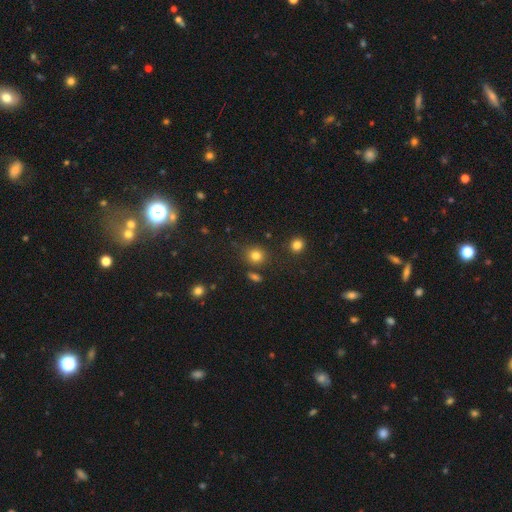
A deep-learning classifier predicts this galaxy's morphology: This appears to be a smooth galaxy with no disk features (79%) that is round (79%). Merging: none (78%).